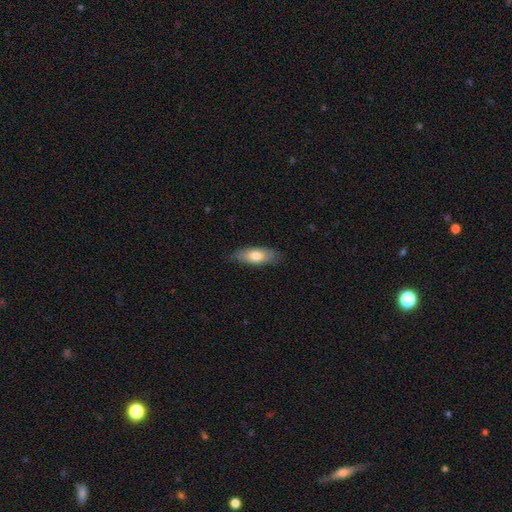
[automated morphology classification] smooth-or-featured: smooth: 72% | featured or disk: 22% | star or artifact: 6%
  how-rounded: in between: 79% | cigar-shaped: 18% | round: 3%
  merging: none: 79% | minor disturbance: 17% | major disturbance: 3% | merger: 1%